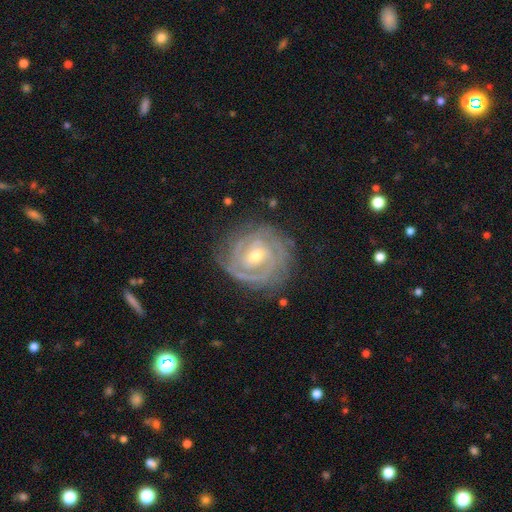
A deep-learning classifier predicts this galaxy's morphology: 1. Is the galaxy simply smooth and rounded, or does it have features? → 89% featured or disk, 6% smooth, 5% star or artifact.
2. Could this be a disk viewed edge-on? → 97% no, 3% yes.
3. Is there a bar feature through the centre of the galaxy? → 47% weak, 36% no, 18% strong.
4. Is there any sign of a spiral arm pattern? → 97% yes, 3% no.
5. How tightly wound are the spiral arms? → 78% tight, 19% medium, 3% loose.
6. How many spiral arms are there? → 32% 2, 26% 3, 22% can't tell, 9% 4, 5% 1, 5% more than 4.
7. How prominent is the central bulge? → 52% moderate, 45% small, 2% large, 1% none, 1% dominant.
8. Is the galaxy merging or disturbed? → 78% none, 16% minor disturbance, 5% major disturbance, 1% merger.